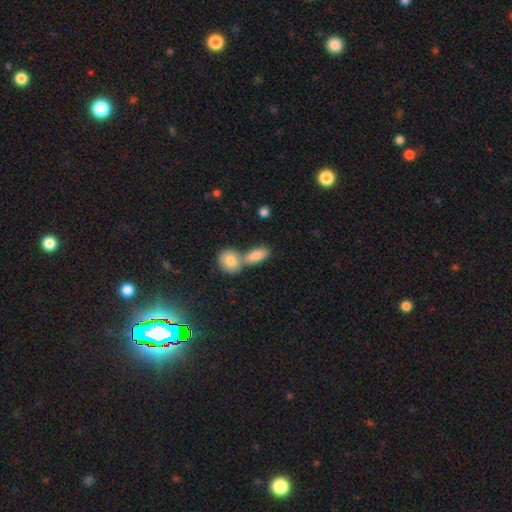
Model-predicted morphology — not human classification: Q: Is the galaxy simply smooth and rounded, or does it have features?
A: smooth — 84%.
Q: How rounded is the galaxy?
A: in between — 85%.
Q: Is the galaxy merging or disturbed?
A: merger — 52%.